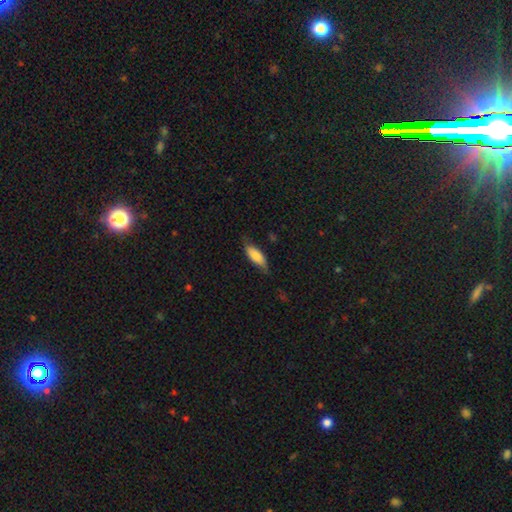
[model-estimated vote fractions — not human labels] Smooth or featured: smooth — 75% (featured or disk — 19%)
How rounded: in between — 71% (cigar-shaped — 26%)
Merging: none — 65% (minor disturbance — 27%)